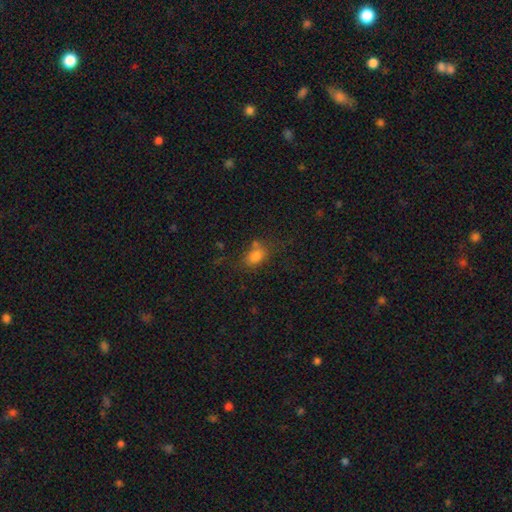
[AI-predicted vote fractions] smooth_or_featured: smooth (p=0.77) [alt: star or artifact p=0.13]
how_rounded: in between (p=0.67) [alt: round p=0.32]
merging: none (p=0.53) [alt: minor disturbance p=0.21]